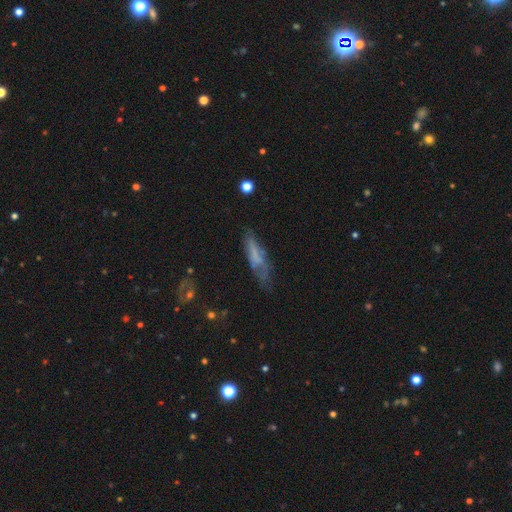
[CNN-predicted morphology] smooth_or_featured: smooth (p=0.50) [alt: featured or disk p=0.39]
merging: none (p=0.51) [alt: minor disturbance p=0.29]